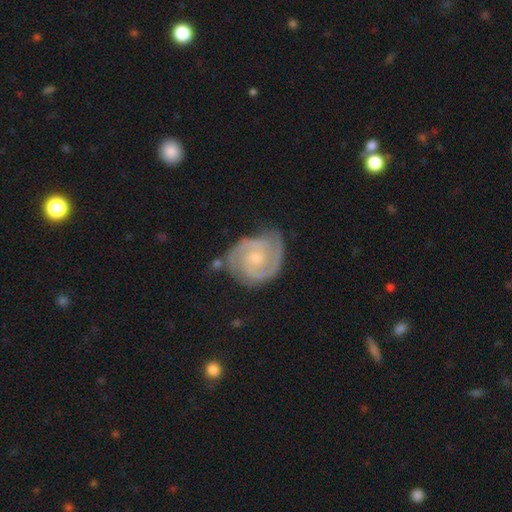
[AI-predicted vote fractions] Smooth or featured? Predicted: featured or disk (p=0.89). Edge-on disk? Predicted: no (p=0.98). Bar? Predicted: no (p=0.61). Spiral arms? Predicted: yes (p=0.98). Spiral winding? Predicted: tight (p=0.64). Spiral arm count? Predicted: 2 (p=0.79). Bulge size? Predicted: small (p=0.52). Merging? Predicted: none (p=0.67).